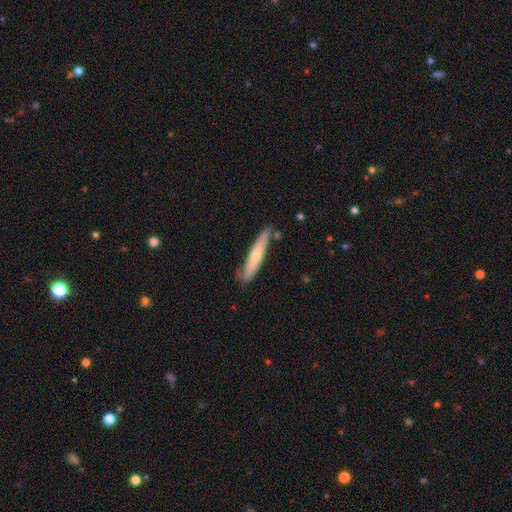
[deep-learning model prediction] The model was most divided on "smooth or featured": smooth: 55%, featured or disk: 39%, star or artifact: 5%. More confident: how rounded — cigar-shaped (91%); merging — none (79%).